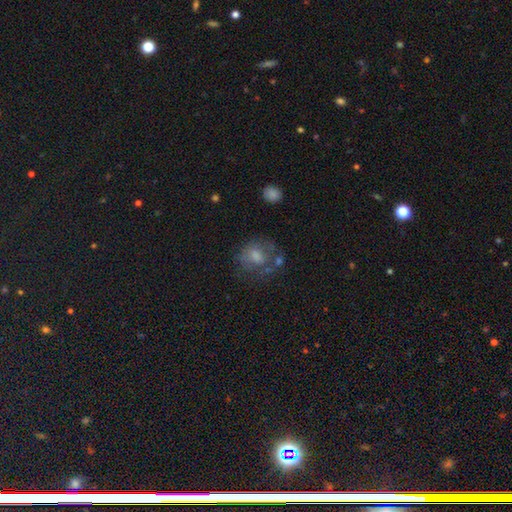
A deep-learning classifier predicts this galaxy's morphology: Q: Smooth or featured?
A: smooth (45%); runner-up: featured or disk (37%)
Q: Merging?
A: none (52%); runner-up: minor disturbance (21%)